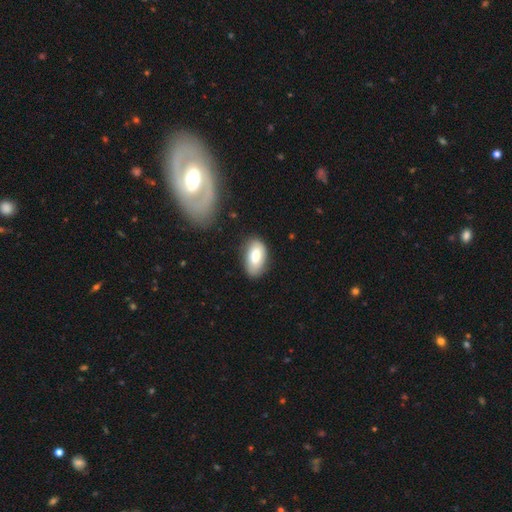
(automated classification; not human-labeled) This appears to be a smooth galaxy with no disk features (77%) that is in between round and cigar-shaped (94%). Merging: none (76%).